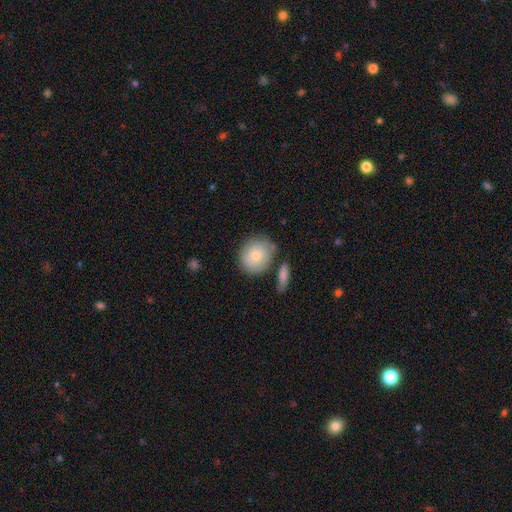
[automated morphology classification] smooth_or_featured: smooth (p=0.77) [alt: featured or disk p=0.16]
how_rounded: round (p=0.75) [alt: in between p=0.24]
merging: none (p=0.69) [alt: minor disturbance p=0.17]